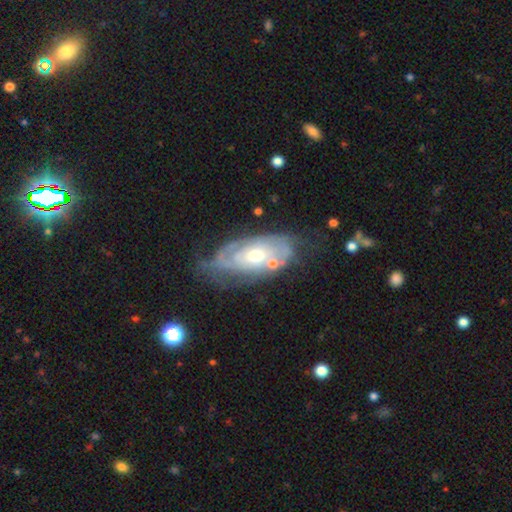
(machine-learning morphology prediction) featured or disk 75%, smooth 19%, star or artifact 6%. Down the decision tree: edge-on disk — no (92%); bar — no (75%); spiral arms — yes (78%); spiral arm count — can't tell (48%); spiral winding — tight (65%); bulge size — moderate (67%); merging — none (53%).